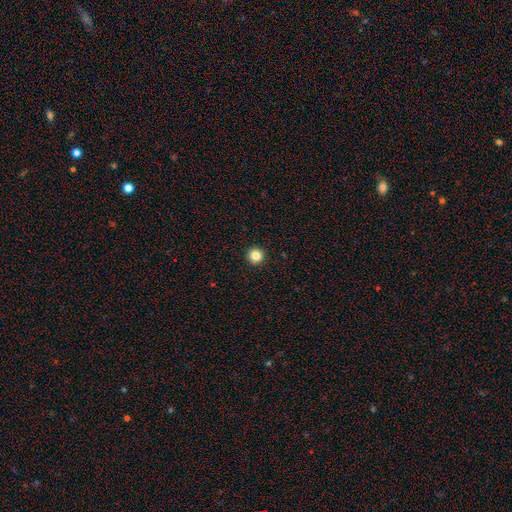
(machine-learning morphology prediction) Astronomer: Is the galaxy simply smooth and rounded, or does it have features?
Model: smooth — 84%.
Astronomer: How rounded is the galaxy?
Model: round — 95%.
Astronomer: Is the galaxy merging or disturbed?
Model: none — 94%.